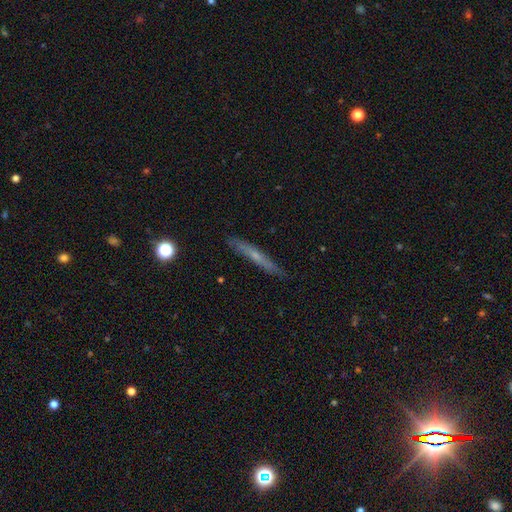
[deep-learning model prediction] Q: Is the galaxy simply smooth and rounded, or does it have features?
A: featured or disk — 52%.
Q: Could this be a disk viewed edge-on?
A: yes — 92%.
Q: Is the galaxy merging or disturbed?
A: none — 86%.